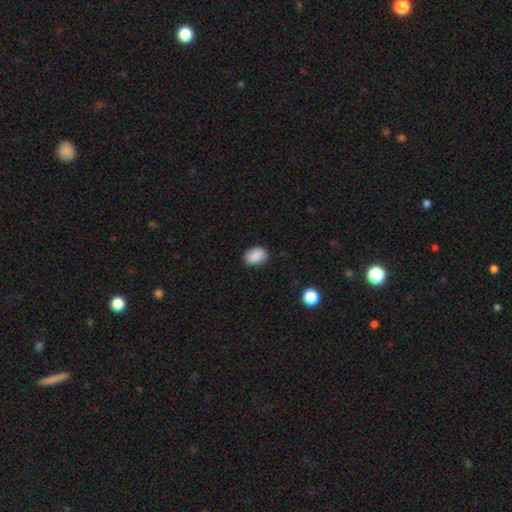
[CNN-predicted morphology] This appears to be a smooth galaxy with no disk features (88%) that is in between round and cigar-shaped (73%). Merging: none (85%).